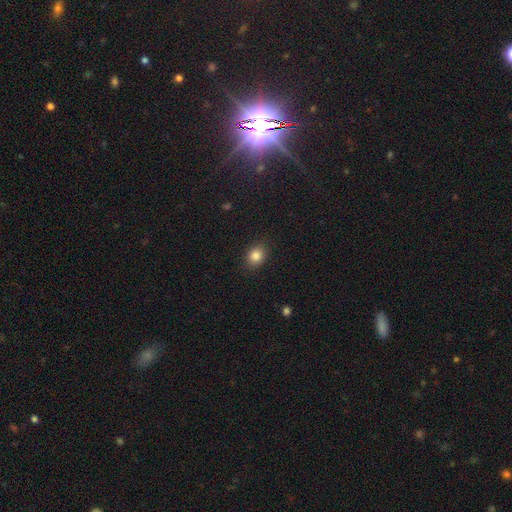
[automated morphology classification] Smooth or featured: smooth — 85% (star or artifact — 10%)
How rounded: round — 50% (in between — 49%)
Merging: none — 86% (minor disturbance — 10%)